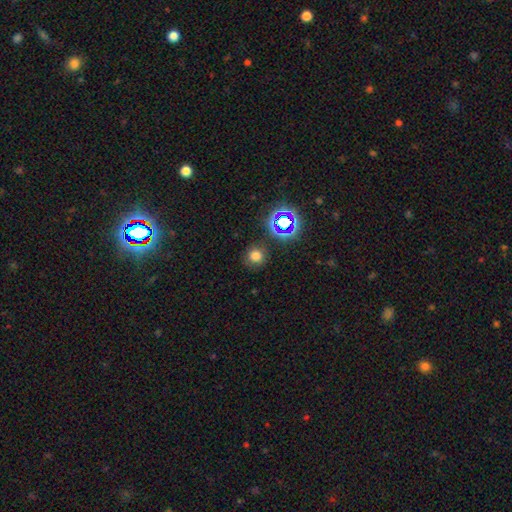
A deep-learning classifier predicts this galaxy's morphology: Smooth or featured? smooth (70%)
How rounded? round (89%)
Merging? none (82%)